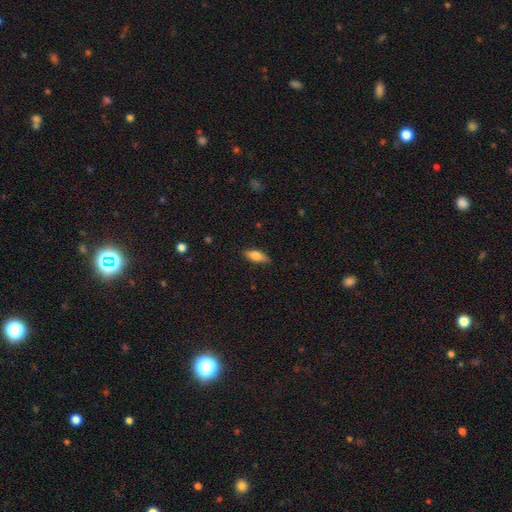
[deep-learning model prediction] This appears to be a smooth galaxy with no disk features (77%) that is in between round and cigar-shaped (69%). Merging: none (85%).